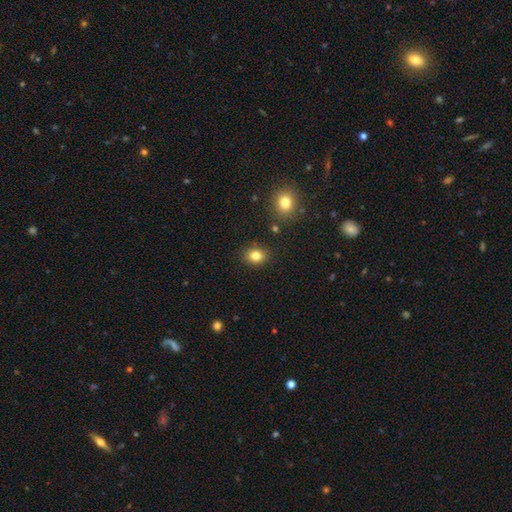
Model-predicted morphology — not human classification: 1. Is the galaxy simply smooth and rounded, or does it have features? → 83% smooth, 11% star or artifact, 6% featured or disk.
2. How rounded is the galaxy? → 50% in between, 49% round, 1% cigar-shaped.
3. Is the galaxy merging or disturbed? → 86% none, 9% minor disturbance, 3% merger, 3% major disturbance.